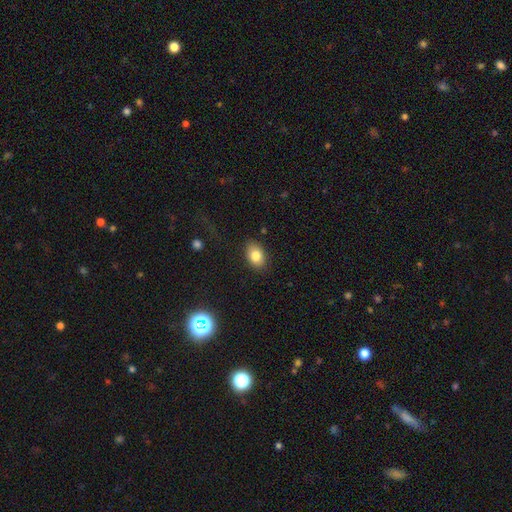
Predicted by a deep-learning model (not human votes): Smooth or featured?
  - smooth: 82% *
  - featured or disk: 9%
  - star or artifact: 9%
How rounded?
  - in between: 82% *
  - round: 16%
  - cigar-shaped: 1%
Merging?
  - none: 85% *
  - minor disturbance: 10%
  - major disturbance: 3%
  - merger: 1%